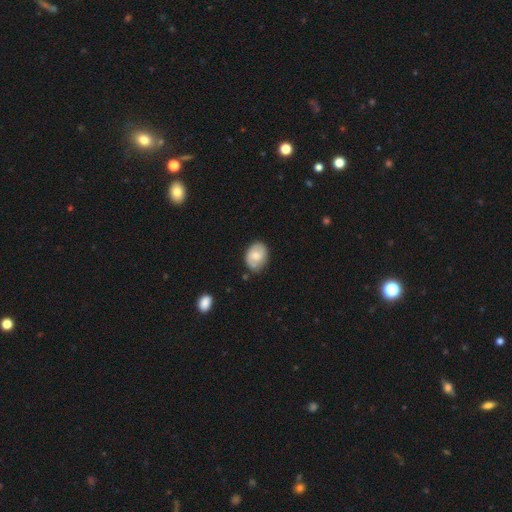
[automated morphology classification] smooth 64%, featured or disk 29%, star or artifact 7%. Down the decision tree: how rounded — in between (70%); merging — none (73%).